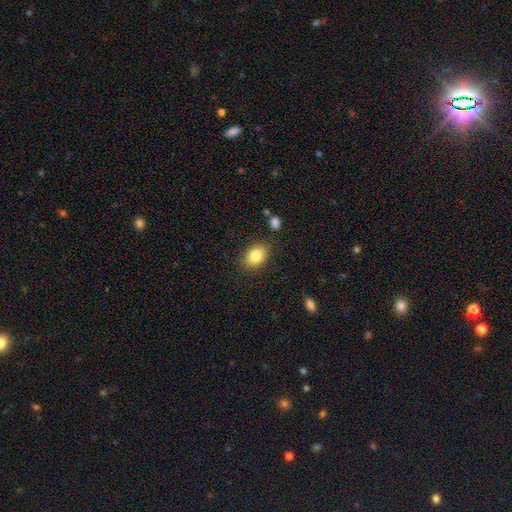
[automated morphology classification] A smooth galaxy with no disk features (83%) that is in between round and cigar-shaped (78%).

Vote fractions:
- Smooth or featured? smooth: 83% / featured or disk: 9% / star or artifact: 8%
- How rounded? in between: 78% / round: 21% / cigar-shaped: 1%
- Merging? none: 83% / minor disturbance: 11% / major disturbance: 3% / merger: 2%